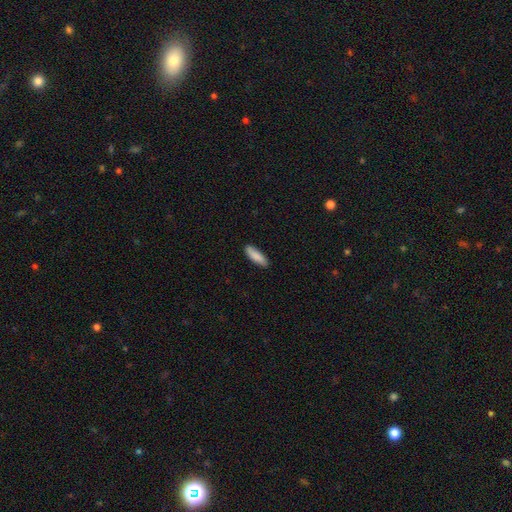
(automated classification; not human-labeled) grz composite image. It shows a smooth galaxy with no disk features (88%) that is in between round and cigar-shaped (53%). Merging: none (87%).